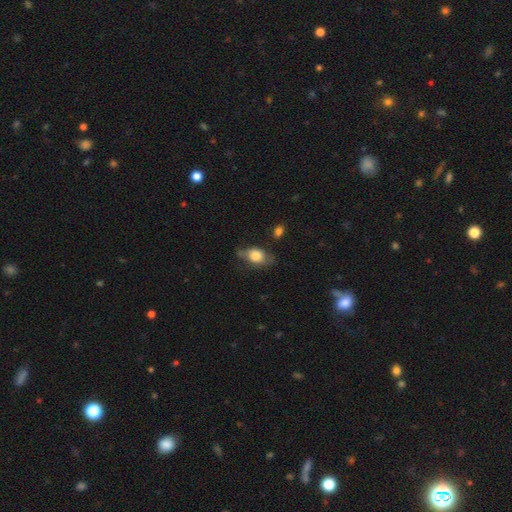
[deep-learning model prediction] Smooth or featured: smooth — 72% (featured or disk — 20%)
How rounded: in between — 77% (round — 20%)
Merging: none — 54% (minor disturbance — 31%)